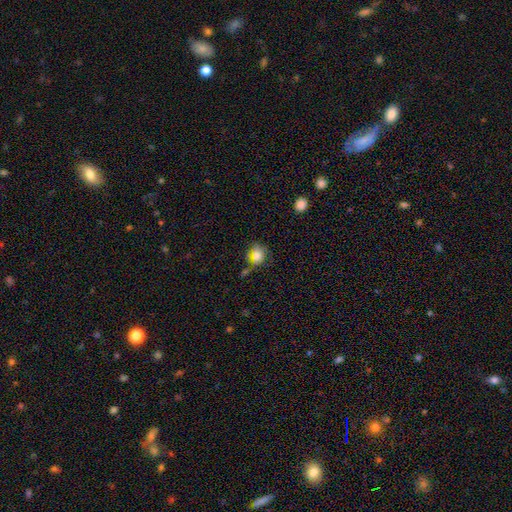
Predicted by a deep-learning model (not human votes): Morphology: type=smooth (68%); roundness=round (59%); merging=none (56%).